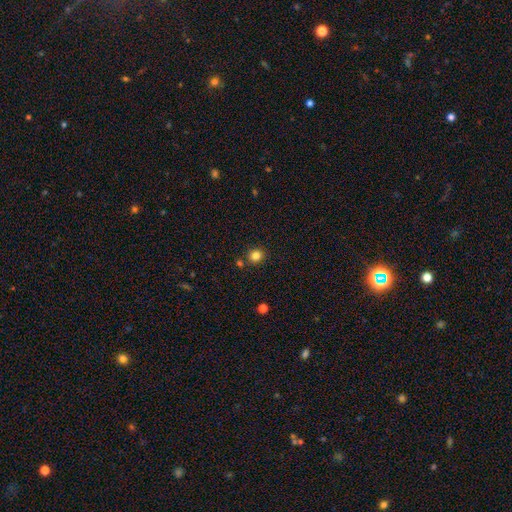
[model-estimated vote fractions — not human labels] A smooth galaxy with no disk features (83%) that is round (84%).

Vote fractions:
- Smooth or featured? smooth: 83% / star or artifact: 13% / featured or disk: 5%
- How rounded? round: 84% / in between: 15% / cigar-shaped: 1%
- Merging? none: 84% / minor disturbance: 8% / merger: 6% / major disturbance: 2%